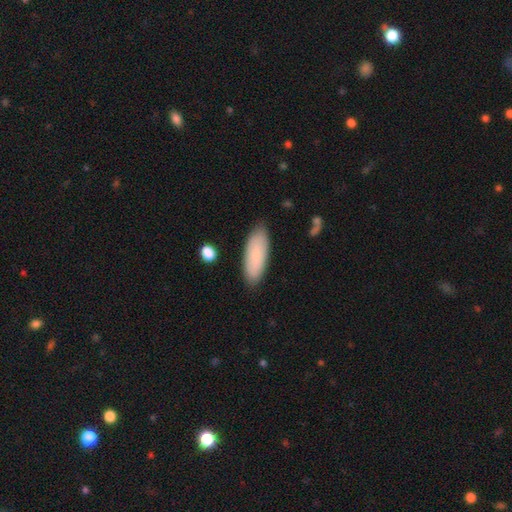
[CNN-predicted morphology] smooth_or_featured: smooth (p=0.83) [alt: featured or disk p=0.11]
how_rounded: in between (p=0.72) [alt: cigar-shaped p=0.26]
merging: none (p=0.85) [alt: minor disturbance p=0.11]